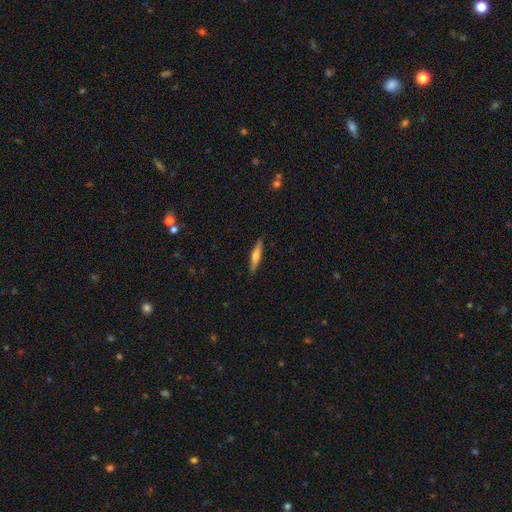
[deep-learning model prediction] Smooth or featured? Predicted: smooth (p=0.48). Merging? Predicted: none (p=0.89).